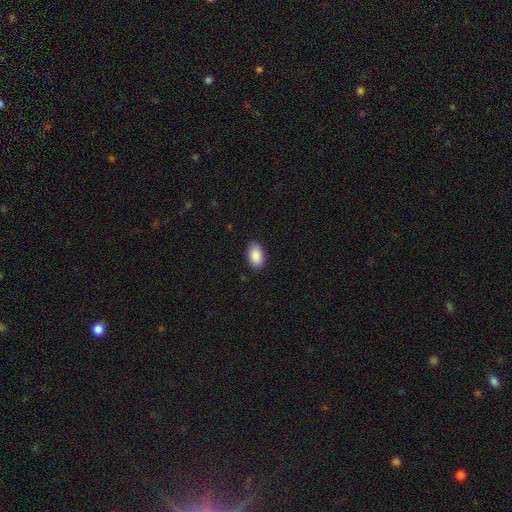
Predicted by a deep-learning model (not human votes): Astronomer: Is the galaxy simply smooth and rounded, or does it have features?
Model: smooth — 90%.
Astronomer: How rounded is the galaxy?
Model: in between — 93%.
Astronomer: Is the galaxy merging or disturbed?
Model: none — 85%.